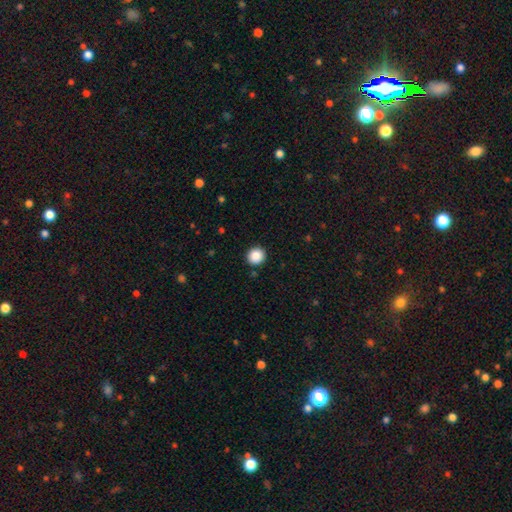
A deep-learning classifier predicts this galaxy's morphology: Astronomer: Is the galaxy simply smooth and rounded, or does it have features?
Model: smooth — 88%.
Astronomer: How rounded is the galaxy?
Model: round — 94%.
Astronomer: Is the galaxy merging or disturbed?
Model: none — 92%.